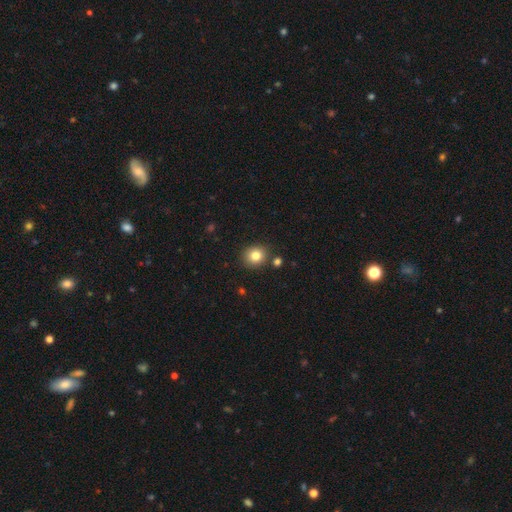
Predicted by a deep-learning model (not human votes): A smooth galaxy with no disk features (82%) that is round (79%).

Vote fractions:
- Smooth or featured? smooth: 82% / star or artifact: 11% / featured or disk: 7%
- How rounded? round: 79% / in between: 20% / cigar-shaped: 1%
- Merging? none: 84% / minor disturbance: 9% / merger: 5% / major disturbance: 2%